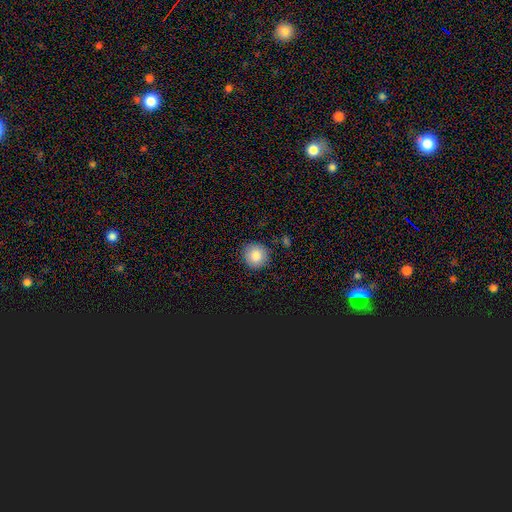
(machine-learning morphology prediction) Smooth or featured: smooth — 83% (star or artifact — 9%)
How rounded: round — 93% (in between — 6%)
Merging: none — 88% (minor disturbance — 9%)